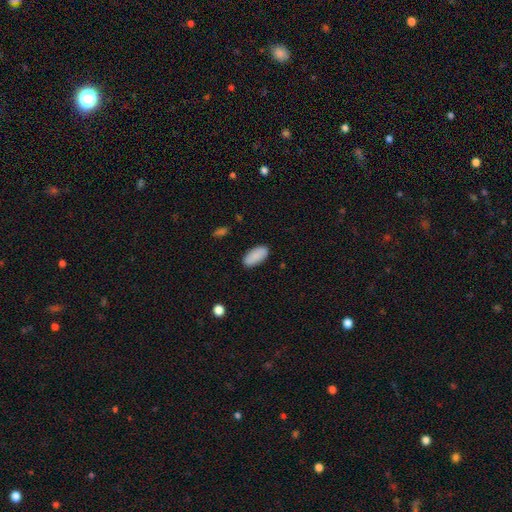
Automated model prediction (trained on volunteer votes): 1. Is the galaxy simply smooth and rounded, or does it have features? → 89% smooth, 6% star or artifact, 5% featured or disk.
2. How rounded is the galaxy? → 92% in between, 6% cigar-shaped, 2% round.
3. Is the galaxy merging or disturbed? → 88% none, 9% minor disturbance, 2% major disturbance, 1% merger.